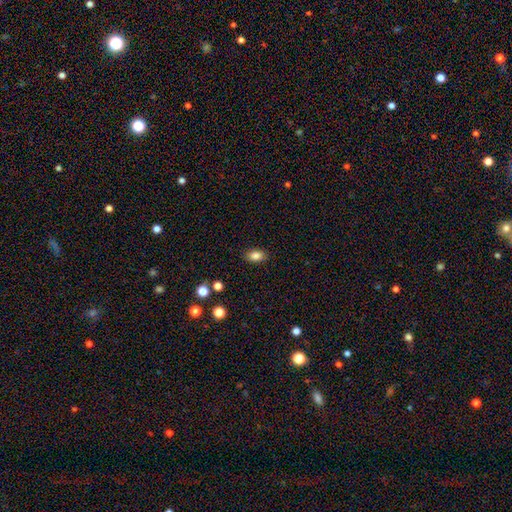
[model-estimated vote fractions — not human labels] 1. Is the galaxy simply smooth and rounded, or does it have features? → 85% smooth, 10% star or artifact, 6% featured or disk.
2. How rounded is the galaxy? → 87% in between, 11% round, 2% cigar-shaped.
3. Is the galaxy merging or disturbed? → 87% none, 9% minor disturbance, 3% major disturbance, 1% merger.